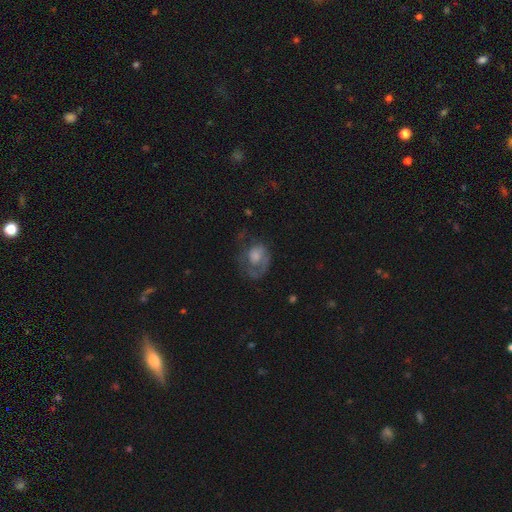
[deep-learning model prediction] Smooth or featured?
  - featured or disk: 55% *
  - smooth: 34%
  - star or artifact: 11%
Edge-on disk?
  - no: 97% *
  - yes: 3%
Bar?
  - no: 79% *
  - weak: 18%
  - strong: 3%
Spiral arms?
  - yes: 62% *
  - no: 38%
Bulge size?
  - moderate: 42% *
  - large: 23%
  - small: 21%
  - none: 11%
  - dominant: 3%
Merging?
  - none: 47% *
  - major disturbance: 30%
  - minor disturbance: 21%
  - merger: 2%